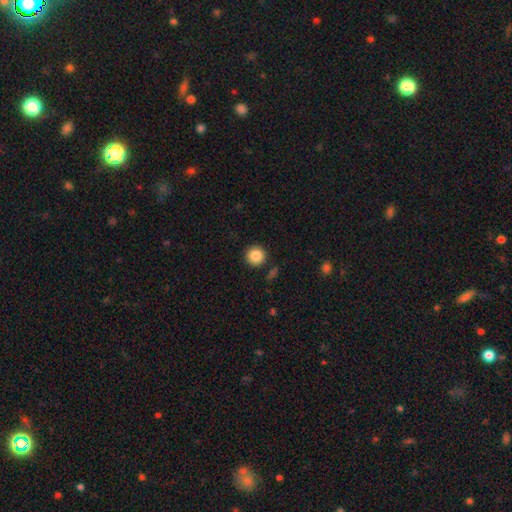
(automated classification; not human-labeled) Q: Smooth or featured?
A: smooth (87%); runner-up: star or artifact (9%)
Q: How rounded?
A: round (95%); runner-up: in between (4%)
Q: Merging?
A: none (90%); runner-up: minor disturbance (6%)